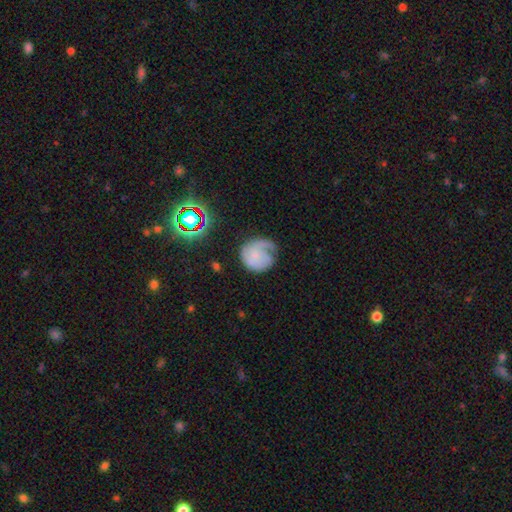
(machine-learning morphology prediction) Overall: featured or disk (60%; smooth 31%). Edge-on disk: no (98%). Bar: no (76%). Spiral arms: yes (89%). Spiral arm count: 1 (51%; 2 19%). Spiral winding: tight (46%; medium 34%). Bulge size: none (47%; small 36%). Merging: none (53%; minor disturbance 24%).